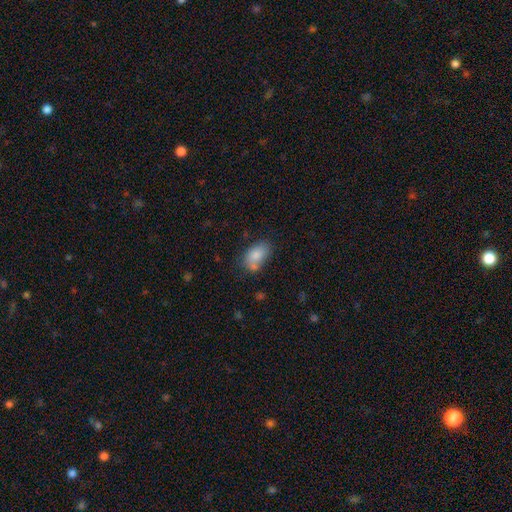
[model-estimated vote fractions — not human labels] Smooth or featured?
  - smooth: 81% *
  - featured or disk: 12%
  - star or artifact: 8%
How rounded?
  - in between: 90% *
  - round: 9%
  - cigar-shaped: 2%
Merging?
  - none: 55% *
  - minor disturbance: 23%
  - merger: 15%
  - major disturbance: 7%